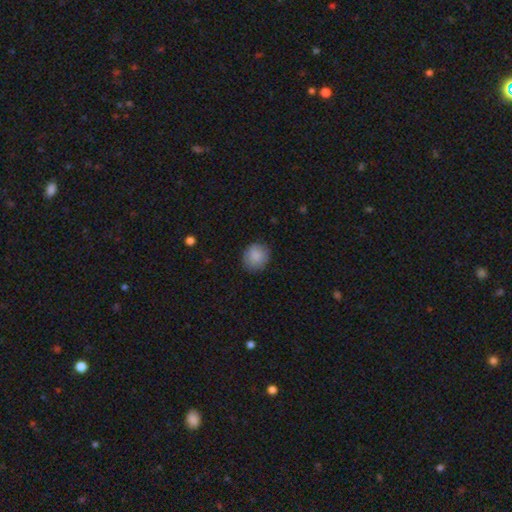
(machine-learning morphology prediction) The model was most divided on "how rounded": round: 81%, in between: 18%, cigar-shaped: 1%. More confident: smooth or featured — smooth (88%); merging — none (85%).